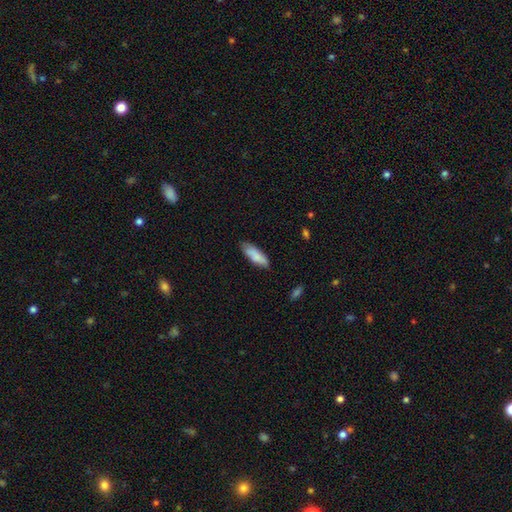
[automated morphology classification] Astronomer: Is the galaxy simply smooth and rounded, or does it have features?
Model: smooth — 82%.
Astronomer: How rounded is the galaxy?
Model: in between — 59% (runner-up: cigar-shaped, 40%).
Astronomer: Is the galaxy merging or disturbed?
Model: none — 76%.